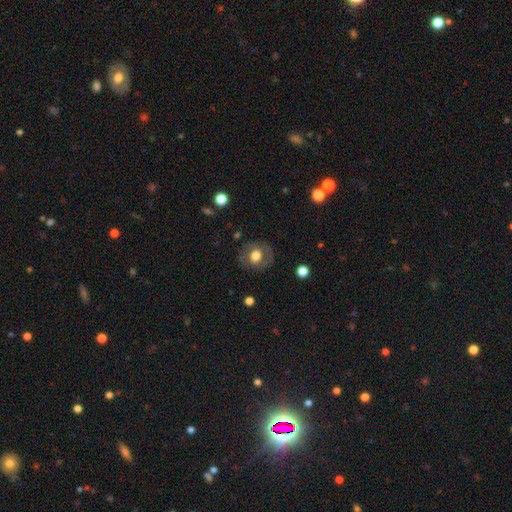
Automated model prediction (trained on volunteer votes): Smooth or featured?
  - smooth: 56% *
  - featured or disk: 35%
  - star or artifact: 9%
How rounded?
  - round: 75% *
  - in between: 24%
  - cigar-shaped: 1%
Merging?
  - none: 77% *
  - minor disturbance: 14%
  - major disturbance: 8%
  - merger: 1%